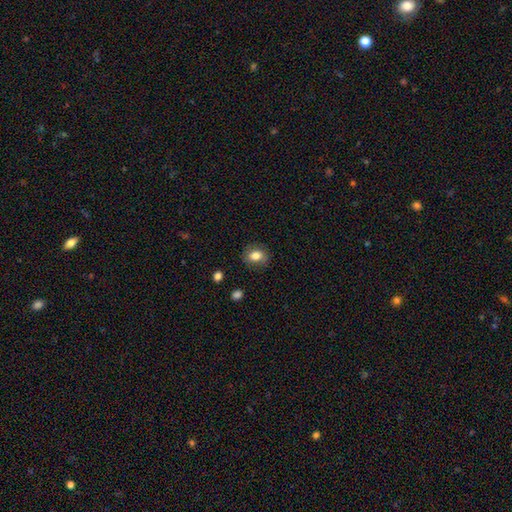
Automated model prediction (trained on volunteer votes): Smooth or featured: smooth — 79% (featured or disk — 12%)
How rounded: round — 50% (in between — 49%)
Merging: none — 81% (minor disturbance — 13%)